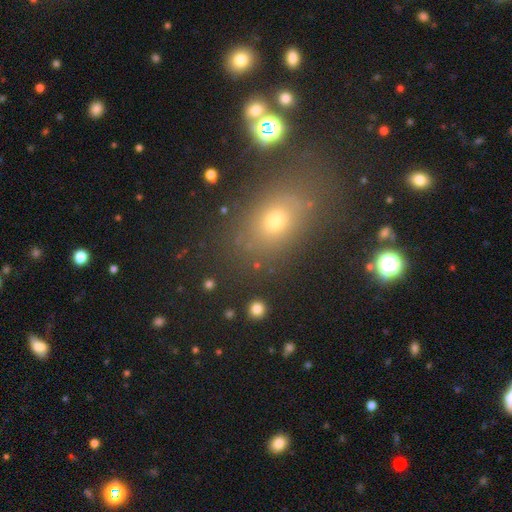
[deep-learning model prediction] smooth-or-featured: smooth: 64% | star or artifact: 23% | featured or disk: 13%
  how-rounded: in between: 67% | round: 30% | cigar-shaped: 3%
  merging: none: 80% | minor disturbance: 12% | major disturbance: 5% | merger: 4%